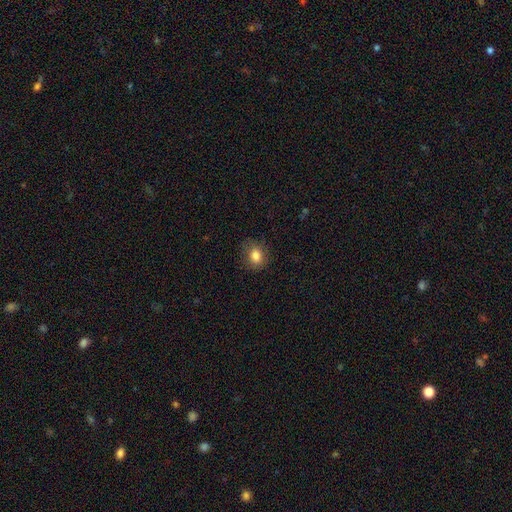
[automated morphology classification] Q: Smooth or featured?
A: smooth (83%); runner-up: star or artifact (10%)
Q: How rounded?
A: round (57%); runner-up: in between (42%)
Q: Merging?
A: none (80%); runner-up: minor disturbance (15%)